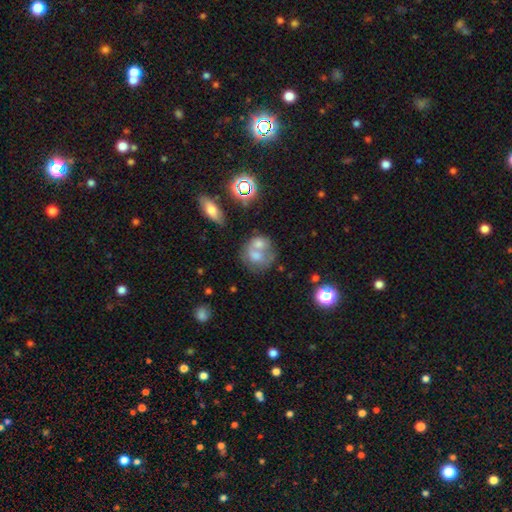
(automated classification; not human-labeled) This appears to be a smooth galaxy with no disk features (55%) that is round (62%). Merging: merger (55%).